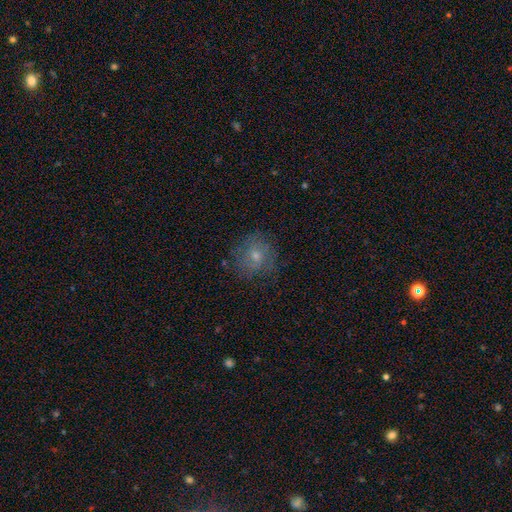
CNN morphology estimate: This is possibly a smooth galaxy (59%). How rounded: clearly round (83%). Merging: likely none (74%).